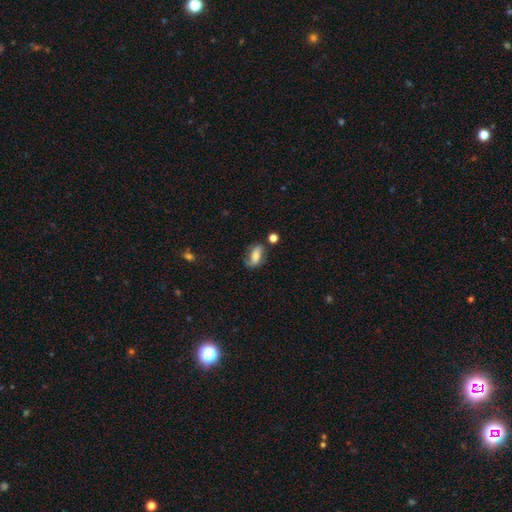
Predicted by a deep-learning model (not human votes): A smooth galaxy with no disk features (50%). Merging: none (57%).